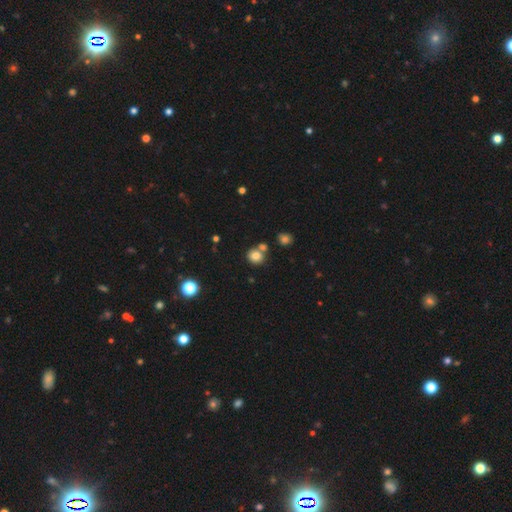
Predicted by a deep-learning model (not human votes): The model was most divided on "merging": none: 61%, merger: 26%, minor disturbance: 10%, major disturbance: 3%. More confident: how rounded — round (80%); smooth or featured — smooth (79%).